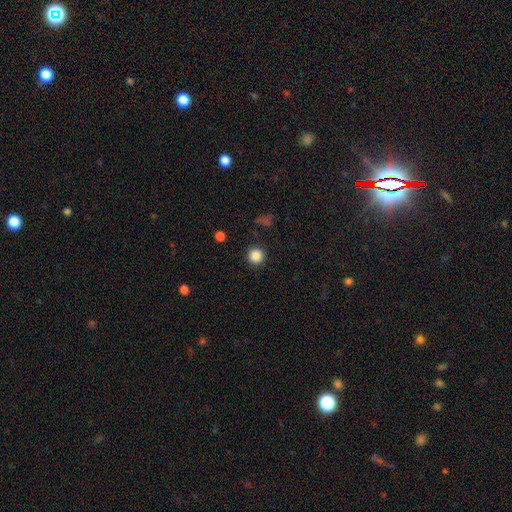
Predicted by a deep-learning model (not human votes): Smooth or featured? Predicted: smooth (p=0.86). How rounded? Predicted: round (p=0.95). Merging? Predicted: none (p=0.91).